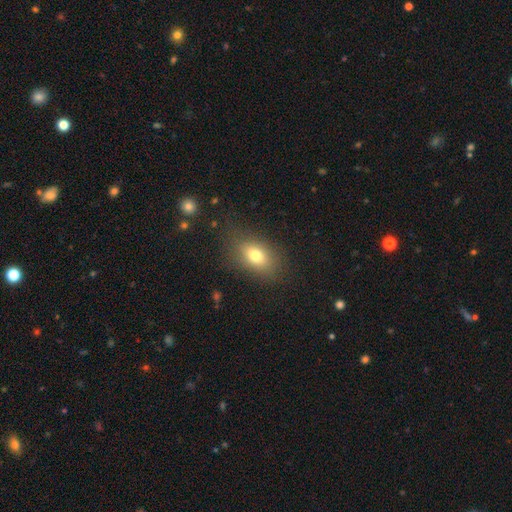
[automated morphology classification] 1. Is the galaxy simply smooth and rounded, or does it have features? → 75% smooth, 13% featured or disk, 11% star or artifact.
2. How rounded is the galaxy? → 80% in between, 17% round, 3% cigar-shaped.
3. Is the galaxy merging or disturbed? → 78% none, 14% minor disturbance, 7% major disturbance, 1% merger.